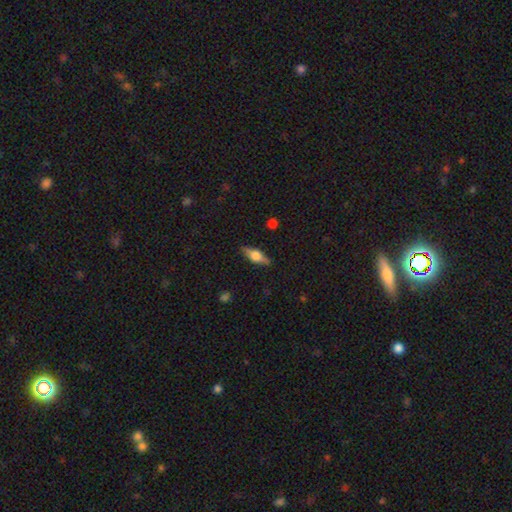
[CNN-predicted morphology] smooth_or_featured: featured or disk (p=0.52) [alt: smooth p=0.41]
disk_edge_on: yes (p=0.92) [alt: no p=0.08]
merging: none (p=0.85) [alt: minor disturbance p=0.11]